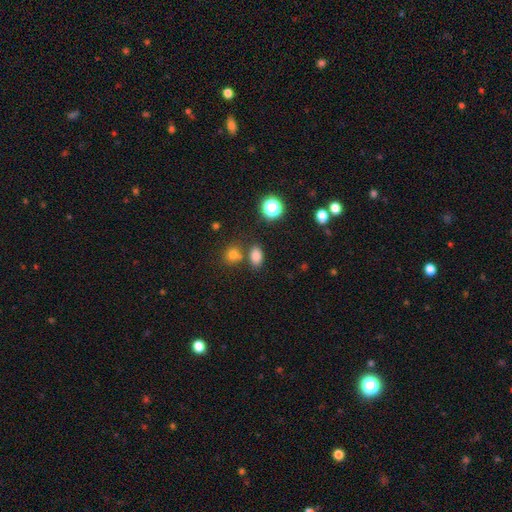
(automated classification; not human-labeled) A smooth galaxy with no disk features (79%) that is in between round and cigar-shaped (80%). Merging: none (71%).